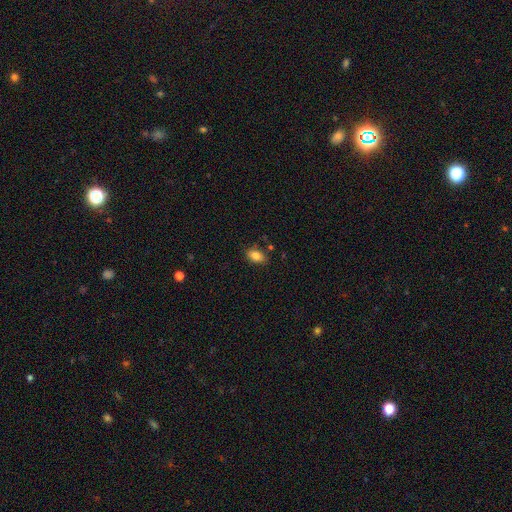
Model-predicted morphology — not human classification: type=smooth (83%); roundness=in between (87%); merging=none (81%).